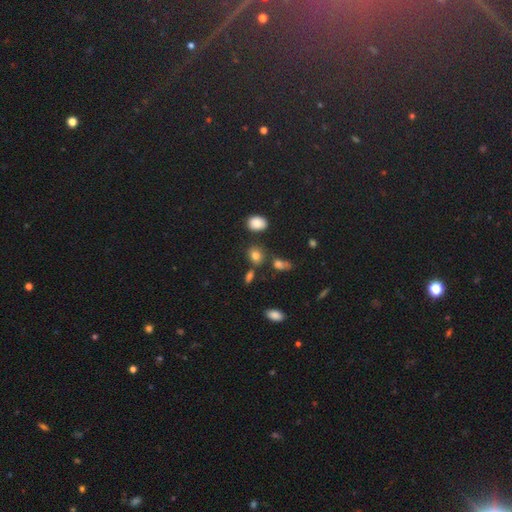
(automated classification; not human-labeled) smooth-or-featured: smooth: 80% | star or artifact: 13% | featured or disk: 7%
  how-rounded: round: 58% | in between: 40% | cigar-shaped: 2%
  merging: none: 73% | minor disturbance: 12% | merger: 11% | major disturbance: 4%